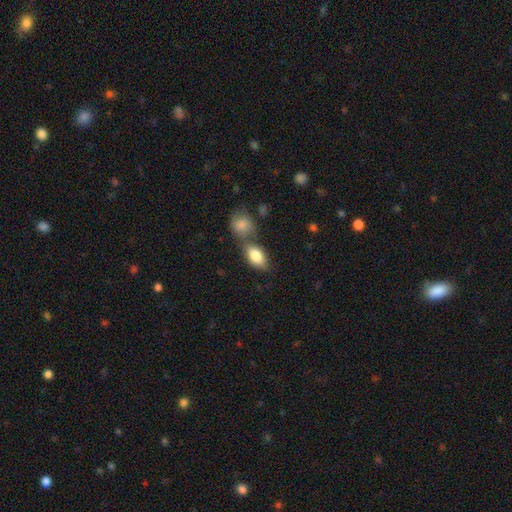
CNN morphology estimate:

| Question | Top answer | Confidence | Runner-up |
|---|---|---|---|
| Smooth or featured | smooth | 82% | featured or disk (12%) |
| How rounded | in between | 89% | round (7%) |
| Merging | none | 52% | merger (30%) |